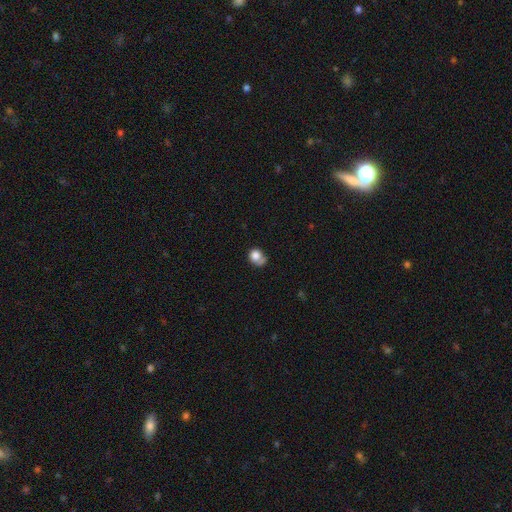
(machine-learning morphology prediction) smooth 78%, featured or disk 12%, star or artifact 10%. Down the decision tree: how rounded — round (67%); merging — none (43%).